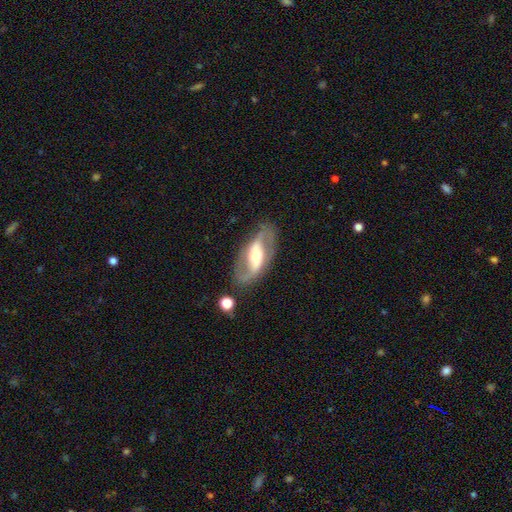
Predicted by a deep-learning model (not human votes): This appears to be a featured or disk galaxy (81%) with a strong bar (45%), 2 (89%) medium (43%) spiral arms (84%) and a moderate central bulge (61%). Merging: none (78%).